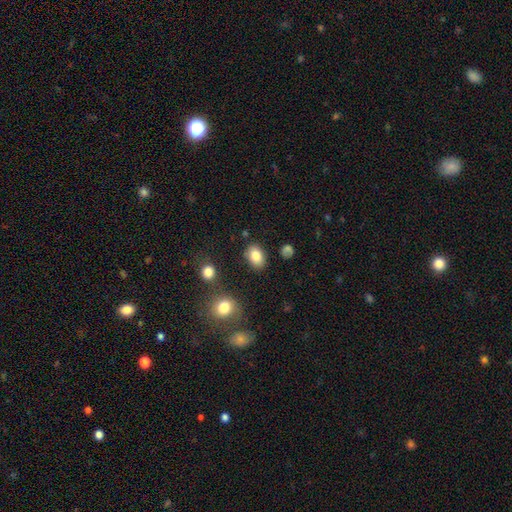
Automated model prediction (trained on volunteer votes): This appears to be a smooth galaxy with no disk features (83%) that is in between round and cigar-shaped (79%). Merging: none (83%).